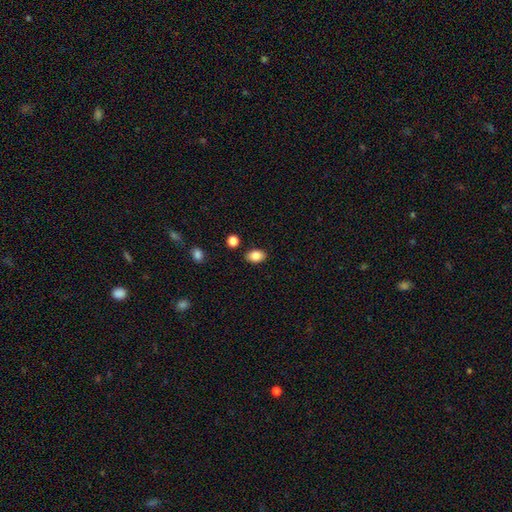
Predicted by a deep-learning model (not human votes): The model was most divided on "how rounded": in between: 85%, round: 13%, cigar-shaped: 1%. More confident: merging — none (86%); smooth or featured — smooth (85%).